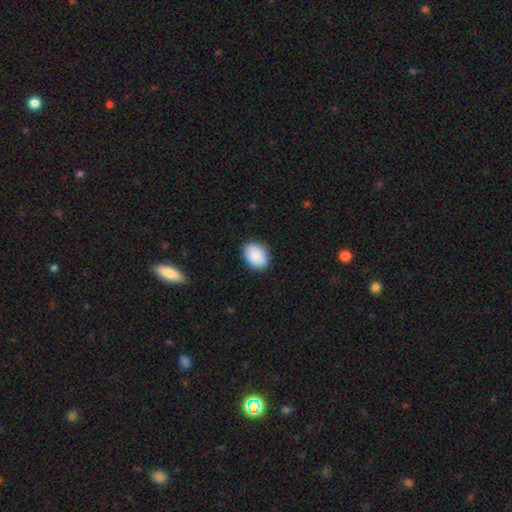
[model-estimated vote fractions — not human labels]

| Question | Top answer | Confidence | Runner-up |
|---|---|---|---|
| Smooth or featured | smooth | 89% | star or artifact (6%) |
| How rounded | in between | 76% | round (23%) |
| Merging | none | 87% | minor disturbance (10%) |